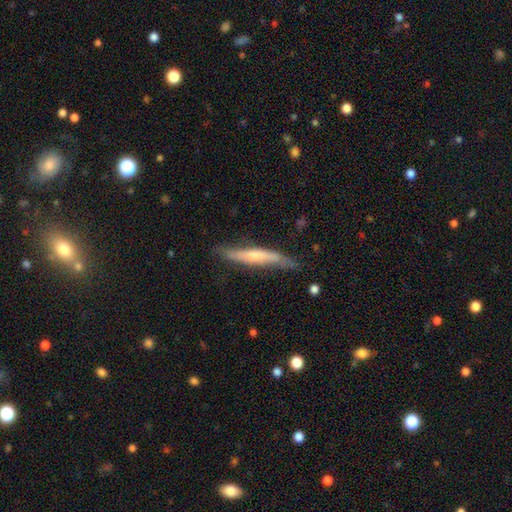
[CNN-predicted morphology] This is possibly a featured or disk galaxy (48%). Merging: likely none (71%).